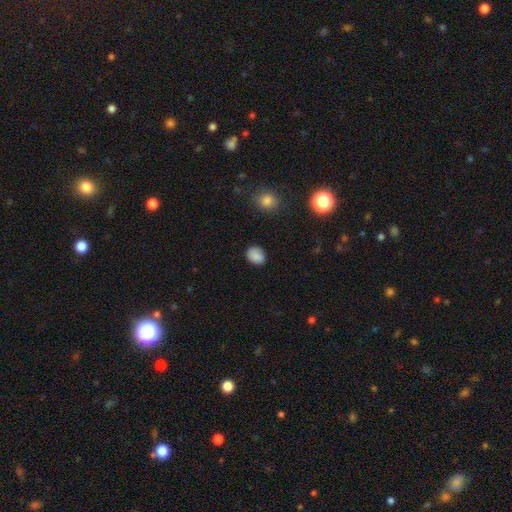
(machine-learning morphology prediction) Overall: smooth (85%). How rounded: in between (57%; round 42%). Merging: none (81%).